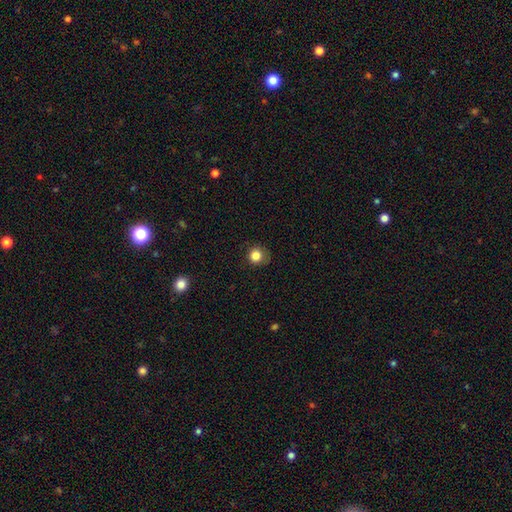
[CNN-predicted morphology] type=smooth (83%); roundness=round (91%); merging=none (79%).